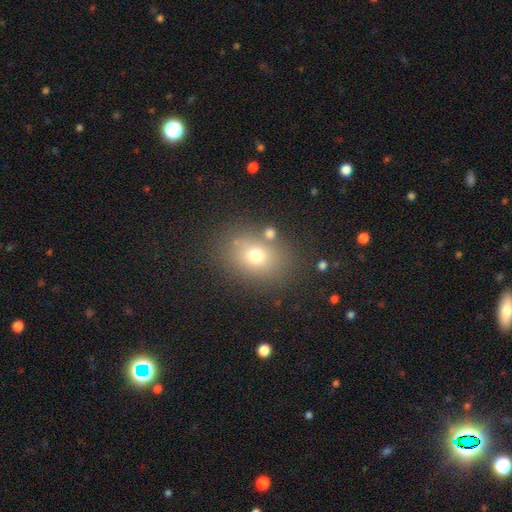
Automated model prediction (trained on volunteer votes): Smooth or featured: smooth — 70% (star or artifact — 15%)
How rounded: in between — 64% (round — 35%)
Merging: none — 77% (minor disturbance — 12%)